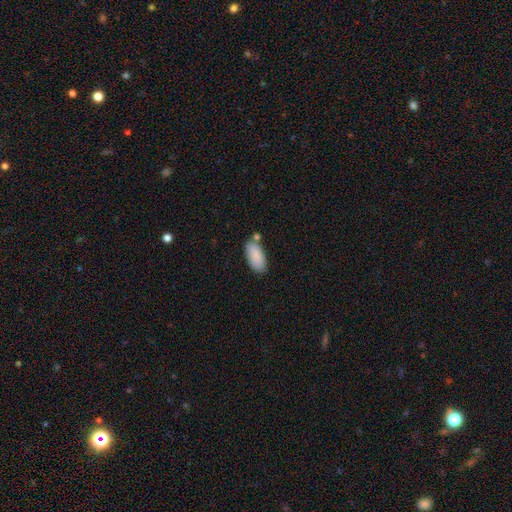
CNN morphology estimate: Overall: smooth (86%). How rounded: in between (91%). Merging: none (68%).